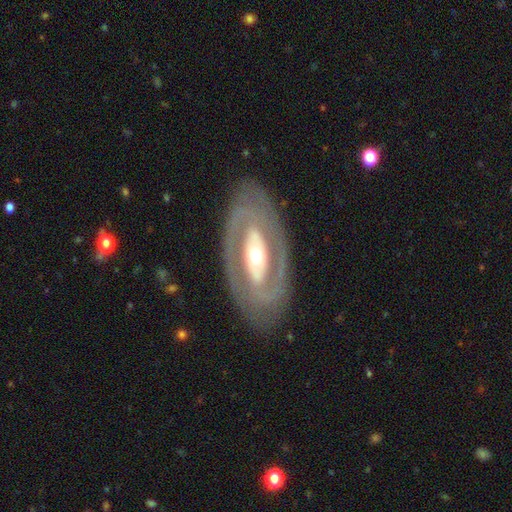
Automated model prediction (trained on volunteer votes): This is clearly a featured or disk galaxy (81%). It is clearly not viewed edge-on (92%). Bar: marginally no (38%). Spiral arm pattern: likely yes (60%). Central bulge: likely moderate (64%). Merging: clearly none (82%).